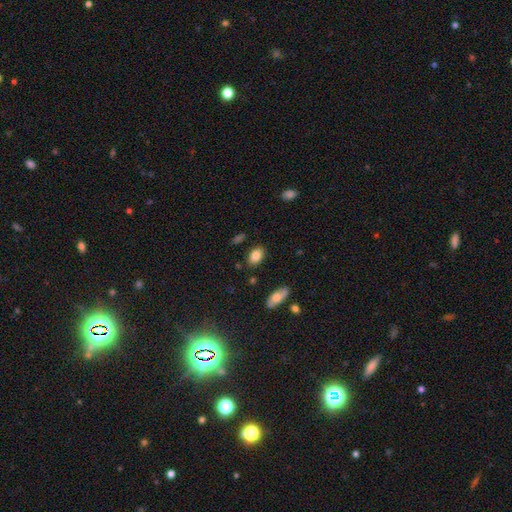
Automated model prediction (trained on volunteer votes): Smooth or featured? smooth (86%)
How rounded? in between (91%)
Merging? none (83%)